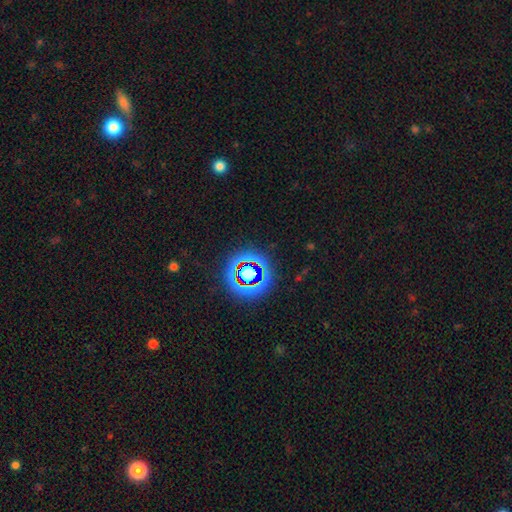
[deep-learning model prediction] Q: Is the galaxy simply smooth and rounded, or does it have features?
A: star or artifact — 71%.